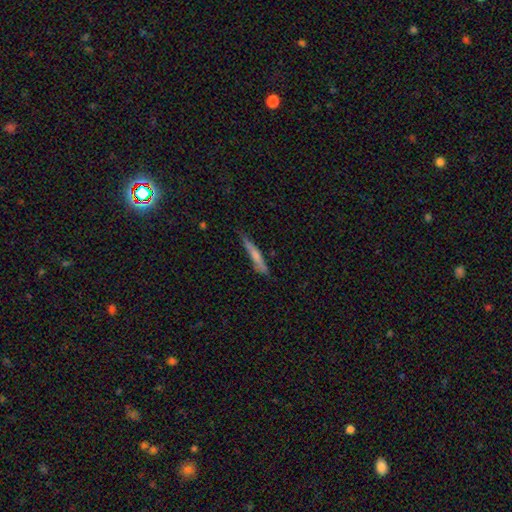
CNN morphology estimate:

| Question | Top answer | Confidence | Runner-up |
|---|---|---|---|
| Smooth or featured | smooth | 63% | featured or disk (31%) |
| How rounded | cigar-shaped | 93% | in between (5%) |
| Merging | none | 73% | minor disturbance (21%) |